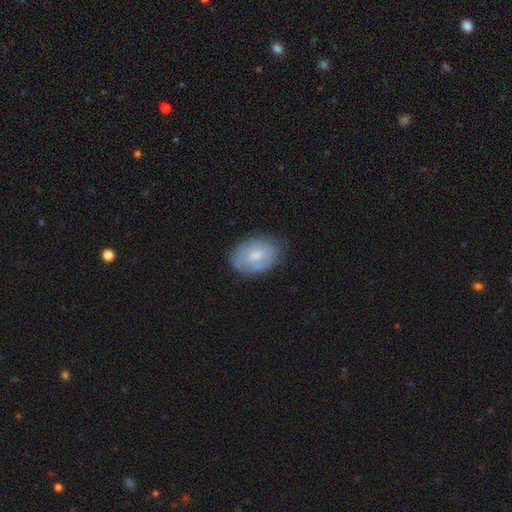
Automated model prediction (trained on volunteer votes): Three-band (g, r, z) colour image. It shows a smooth galaxy with no disk features (59%) that is in between round and cigar-shaped (83%). Merging: none (70%).